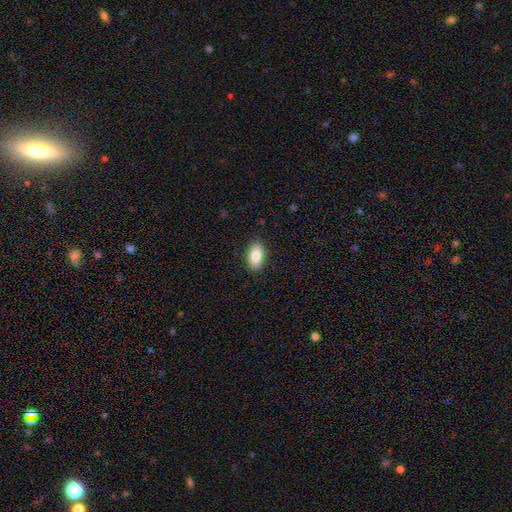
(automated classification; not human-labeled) smooth 85%, featured or disk 9%, star or artifact 7%. Down the decision tree: how rounded — in between (92%); merging — none (88%).